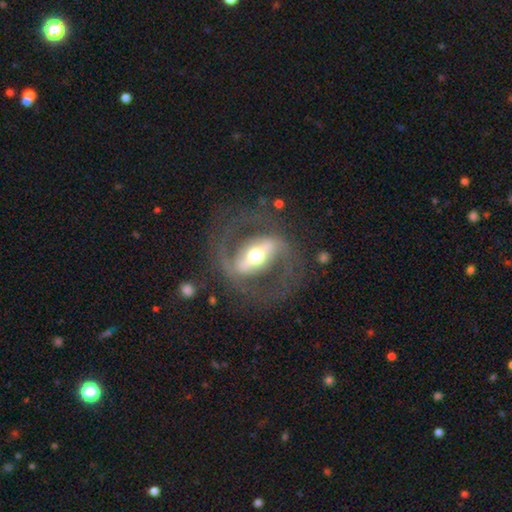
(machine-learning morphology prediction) smooth_or_featured: featured or disk (p=0.85) [alt: smooth p=0.10]
disk_edge_on: no (p=0.89) [alt: yes p=0.11]
bar: strong (p=0.77) [alt: weak p=0.15]
has_spiral_arms: yes (p=0.68) [alt: no p=0.32]
spiral_winding: medium (p=0.48) [alt: tight p=0.26]
spiral_arm_count: 2 (p=0.88) [alt: can't tell p=0.06]
bulge_size: moderate (p=0.66) [alt: large p=0.20]
merging: none (p=0.74) [alt: major disturbance p=0.13]